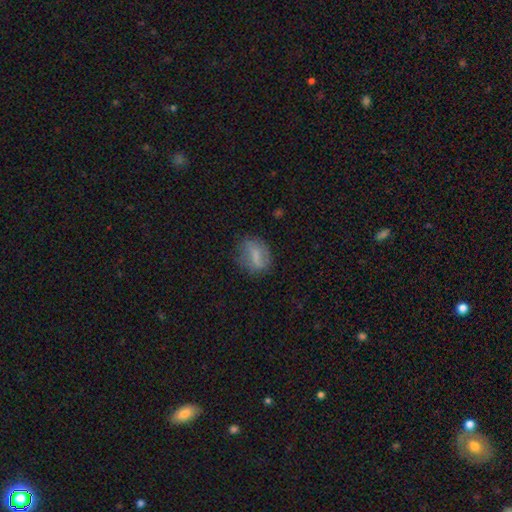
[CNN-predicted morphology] Smooth or featured: smooth — 59% (featured or disk — 32%)
How rounded: in between — 61% (round — 34%)
Merging: none — 64% (minor disturbance — 23%)